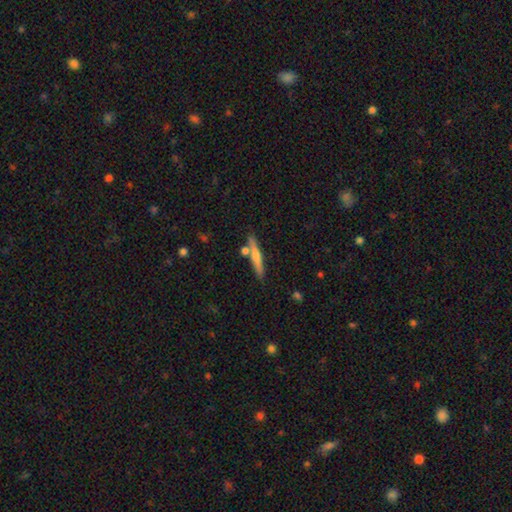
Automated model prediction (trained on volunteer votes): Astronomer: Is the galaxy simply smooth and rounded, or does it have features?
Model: featured or disk — 47% (runner-up: smooth, 46%).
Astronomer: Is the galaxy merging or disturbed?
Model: none — 80%.